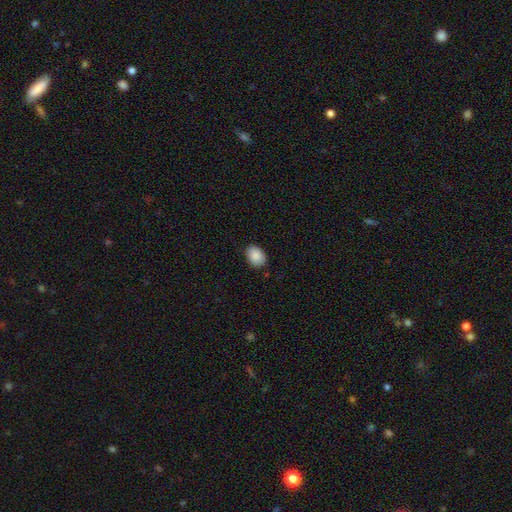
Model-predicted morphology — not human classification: smooth-or-featured: smooth: 90% | star or artifact: 7% | featured or disk: 3%
  how-rounded: in between: 75% | round: 24% | cigar-shaped: 1%
  merging: none: 87% | minor disturbance: 10% | major disturbance: 2% | merger: 1%